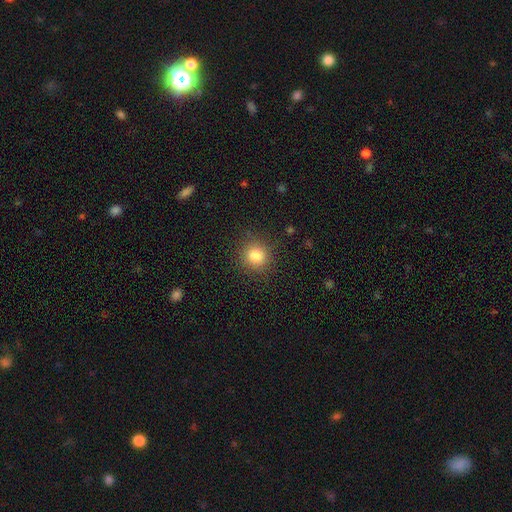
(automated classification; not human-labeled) The model was most divided on "smooth or featured": smooth: 83%, star or artifact: 12%, featured or disk: 5%. More confident: how rounded — round (91%); merging — none (89%).